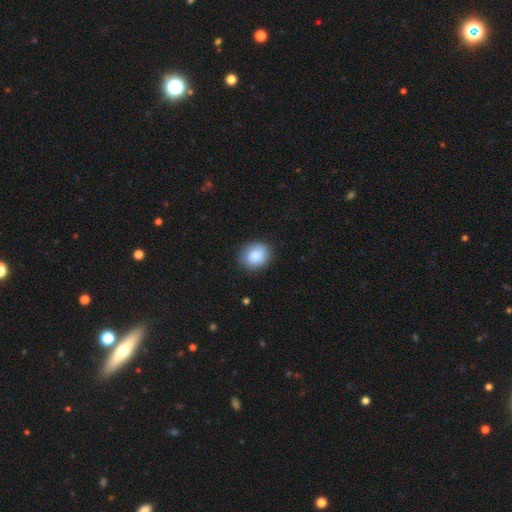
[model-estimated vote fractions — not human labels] smooth 86%, featured or disk 7%, star or artifact 7%. Down the decision tree: how rounded — round (57%); merging — none (84%).